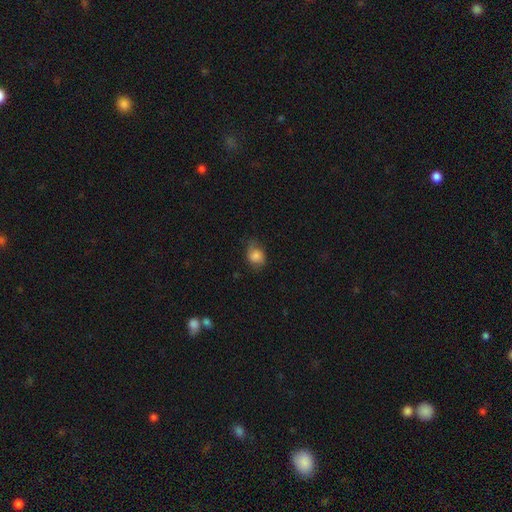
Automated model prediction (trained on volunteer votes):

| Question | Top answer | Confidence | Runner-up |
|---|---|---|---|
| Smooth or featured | smooth | 75% | featured or disk (16%) |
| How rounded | round | 51% | in between (48%) |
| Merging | none | 62% | minor disturbance (27%) |